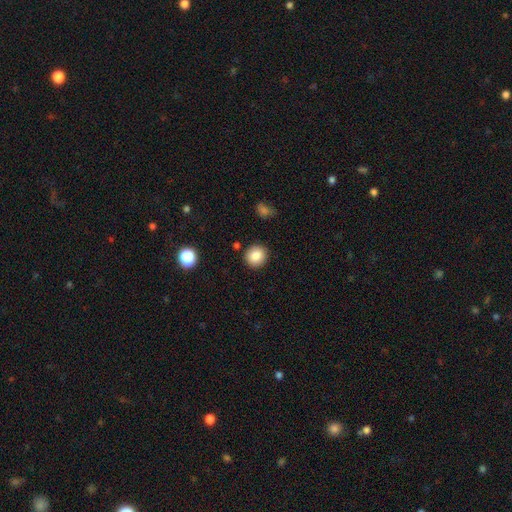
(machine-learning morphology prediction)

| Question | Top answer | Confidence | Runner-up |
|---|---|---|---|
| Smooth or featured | smooth | 86% | star or artifact (9%) |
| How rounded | round | 90% | in between (9%) |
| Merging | none | 89% | minor disturbance (7%) |